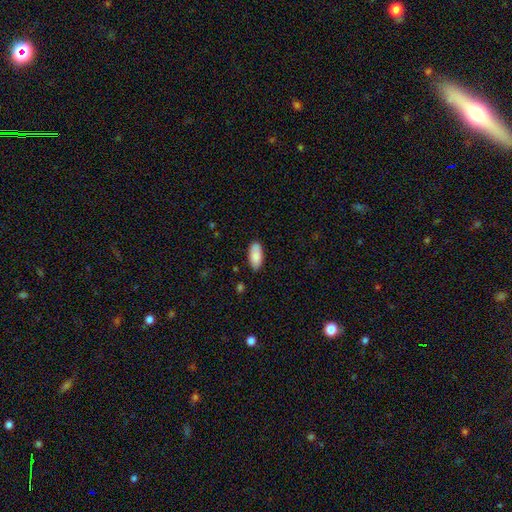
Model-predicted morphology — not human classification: This appears to be a smooth galaxy with no disk features (85%) that is in between round and cigar-shaped (91%). Merging: none (82%).